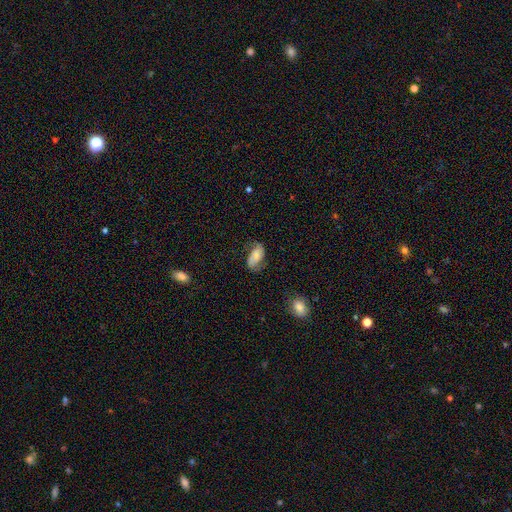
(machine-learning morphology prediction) smooth 49%, featured or disk 42%, star or artifact 8%. Down the decision tree: merging — none (61%).